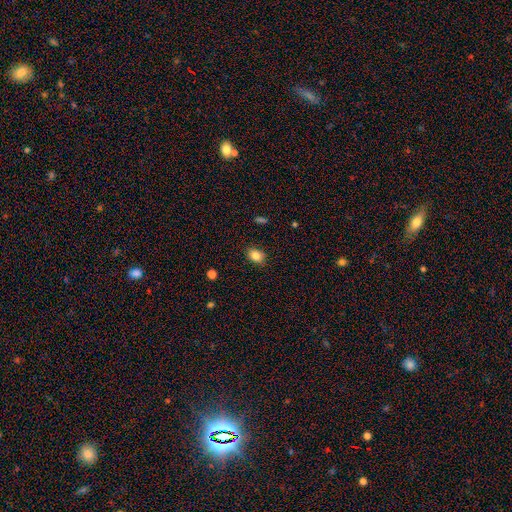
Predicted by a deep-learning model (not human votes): Overall: smooth (85%). How rounded: in between (66%; round 33%). Merging: none (87%).